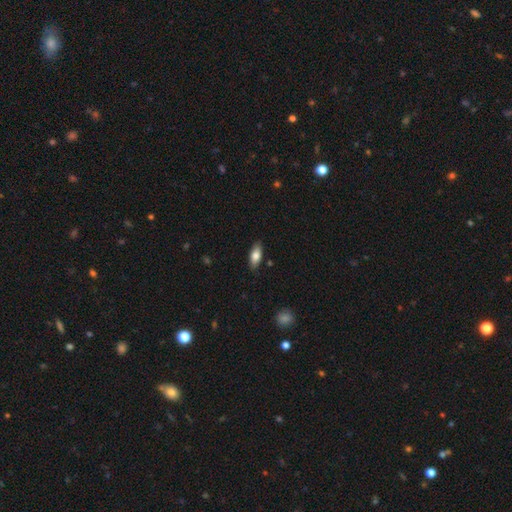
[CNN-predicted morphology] Smooth or featured?
  - smooth: 78% *
  - featured or disk: 16%
  - star or artifact: 6%
How rounded?
  - in between: 82% *
  - cigar-shaped: 15%
  - round: 3%
Merging?
  - none: 86% *
  - minor disturbance: 11%
  - major disturbance: 2%
  - merger: 1%